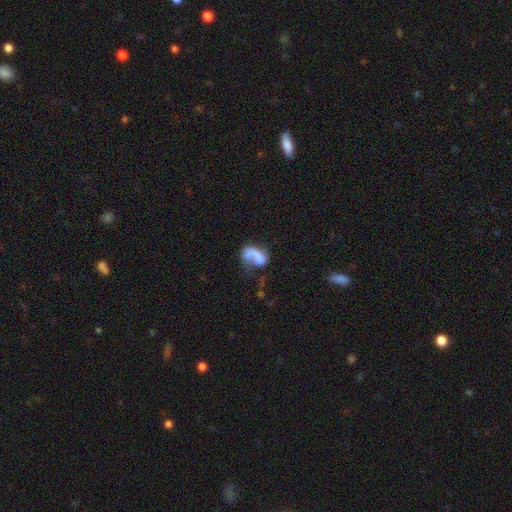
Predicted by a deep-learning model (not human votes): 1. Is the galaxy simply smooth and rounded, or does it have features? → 45% smooth (tied), 45% featured or disk (tied), 10% star or artifact.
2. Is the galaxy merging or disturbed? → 40% major disturbance, 30% none, 16% minor disturbance, 14% merger.